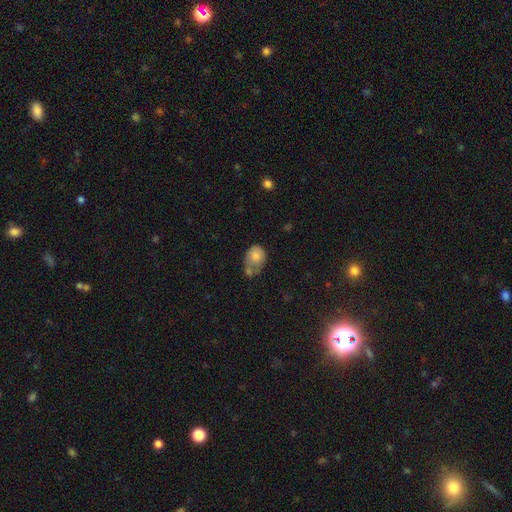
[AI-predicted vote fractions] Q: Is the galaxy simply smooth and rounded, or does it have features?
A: smooth — 76%.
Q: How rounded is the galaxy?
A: in between — 51%.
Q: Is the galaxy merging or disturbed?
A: merger — 37%.